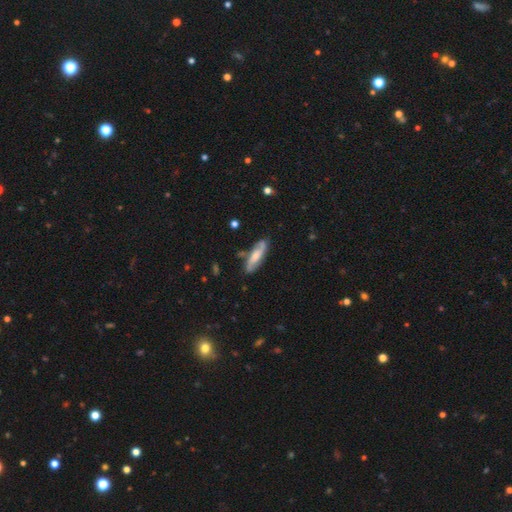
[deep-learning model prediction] This appears to be a featured or disk galaxy (55%). Merging: none (78%).